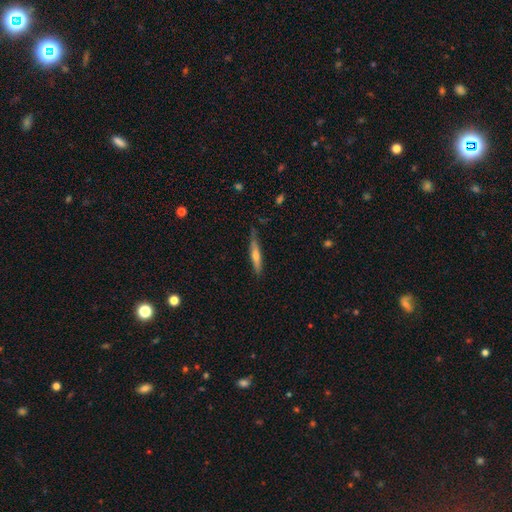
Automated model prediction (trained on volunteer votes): This is possibly a smooth galaxy (47%). Merging: likely none (74%).